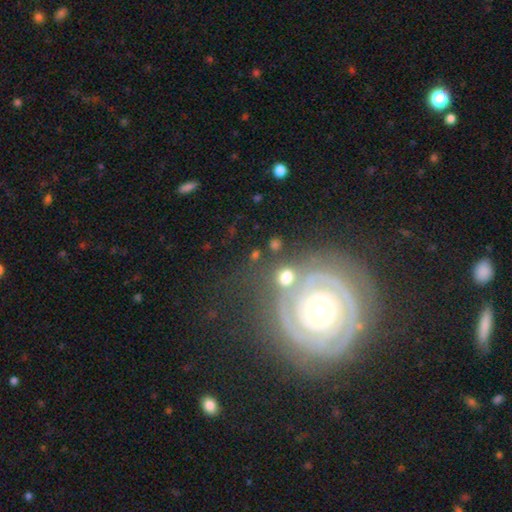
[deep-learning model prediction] Smooth or featured?
  - featured or disk: 57% *
  - smooth: 29%
  - star or artifact: 14%
Edge-on disk?
  - no: 95% *
  - yes: 5%
Bar?
  - no: 74% *
  - weak: 16%
  - strong: 10%
Spiral arms?
  - yes: 82% *
  - no: 18%
Bulge size?
  - moderate: 57% *
  - small: 29%
  - large: 9%
  - dominant: 3%
  - none: 2%
Merging?
  - none: 68% *
  - minor disturbance: 13%
  - merger: 11%
  - major disturbance: 8%